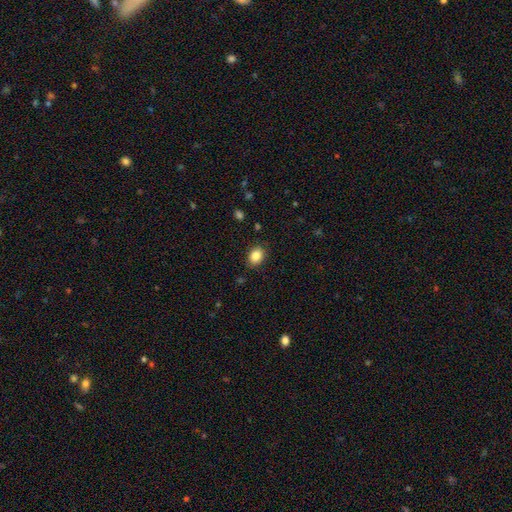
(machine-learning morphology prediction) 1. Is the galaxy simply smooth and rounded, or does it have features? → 85% smooth, 9% star or artifact, 6% featured or disk.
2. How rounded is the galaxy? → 64% in between, 35% round, 1% cigar-shaped.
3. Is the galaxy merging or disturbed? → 87% none, 9% minor disturbance, 2% major disturbance, 1% merger.